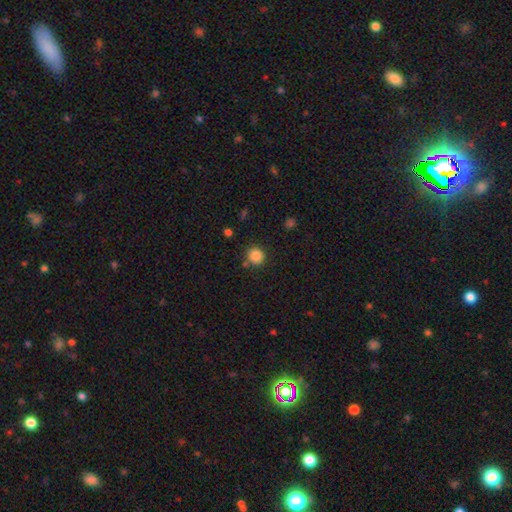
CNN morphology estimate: This is clearly a smooth galaxy (85%). How rounded: clearly round (91%). Merging: clearly none (82%).